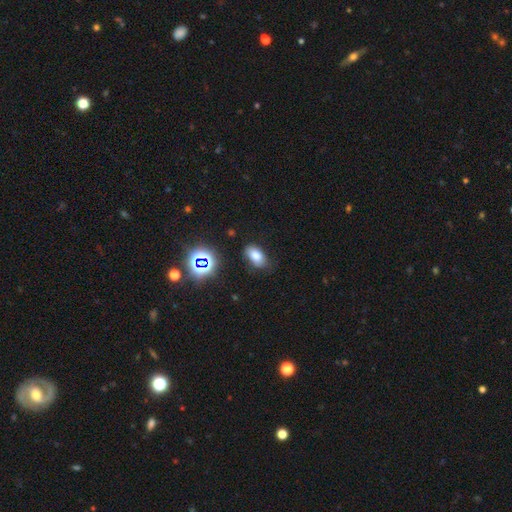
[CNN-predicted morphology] Smooth or featured? smooth (75%)
How rounded? in between (90%)
Merging? none (77%)